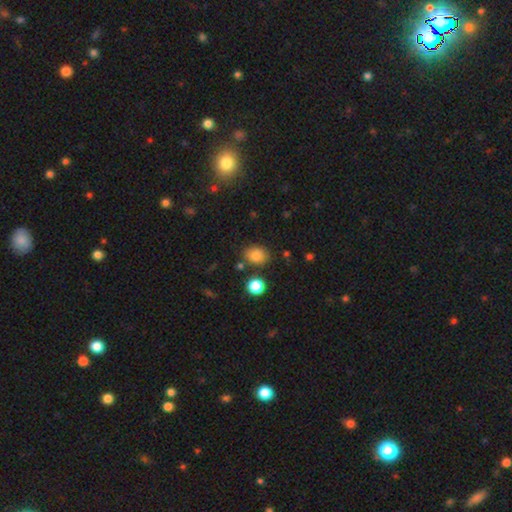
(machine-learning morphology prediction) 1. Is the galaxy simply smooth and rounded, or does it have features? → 82% smooth, 12% star or artifact, 6% featured or disk.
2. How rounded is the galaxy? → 54% in between, 45% round, 1% cigar-shaped.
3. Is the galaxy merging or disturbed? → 79% none, 12% minor disturbance, 6% merger, 4% major disturbance.